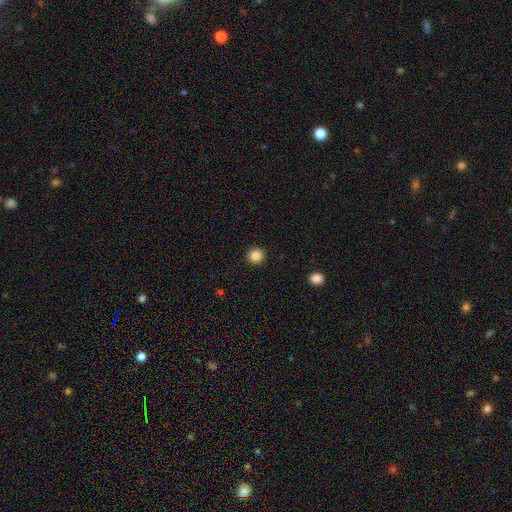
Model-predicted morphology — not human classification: Smooth or featured? Predicted: smooth (p=0.86). How rounded? Predicted: round (p=0.94). Merging? Predicted: none (p=0.92).